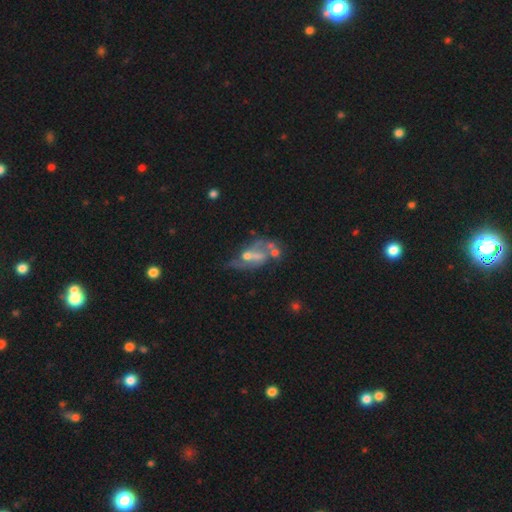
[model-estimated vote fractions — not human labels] This appears to be a featured or disk galaxy (67%) with no bar (56%), spiral arms (54%) and a small central bulge (47%). Merging: none (35%).